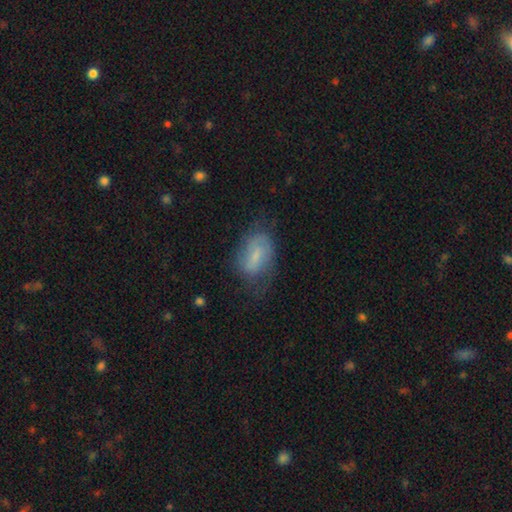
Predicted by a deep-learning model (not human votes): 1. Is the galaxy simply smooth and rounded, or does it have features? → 53% smooth, 38% featured or disk, 9% star or artifact.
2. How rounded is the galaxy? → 86% in between, 12% round, 2% cigar-shaped.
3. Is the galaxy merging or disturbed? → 53% none, 30% minor disturbance, 16% major disturbance, 2% merger.